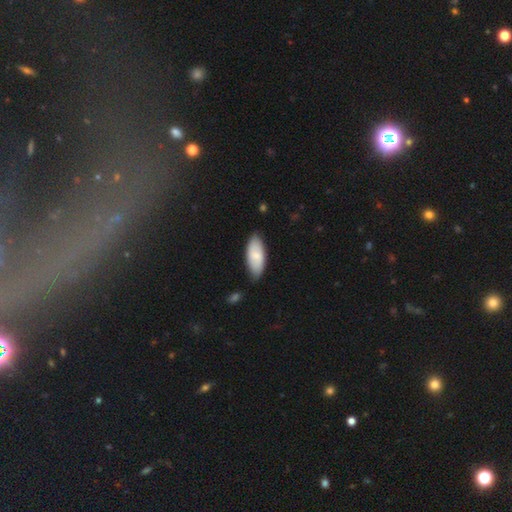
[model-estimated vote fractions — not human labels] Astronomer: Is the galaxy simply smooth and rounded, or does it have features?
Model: smooth — 71%.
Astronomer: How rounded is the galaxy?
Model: in between — 86%.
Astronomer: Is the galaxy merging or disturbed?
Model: none — 80%.